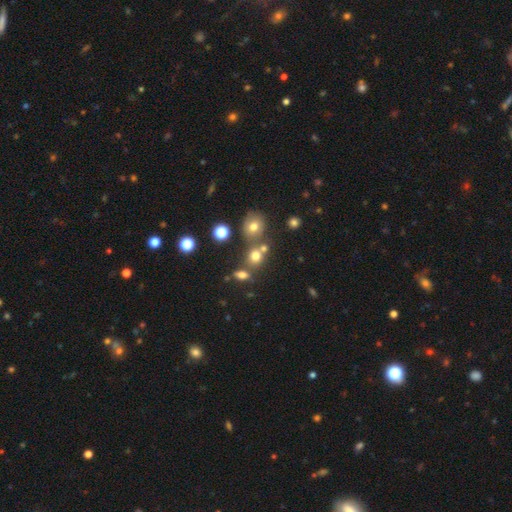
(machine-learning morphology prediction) Smooth or featured? Predicted: smooth (p=0.70). How rounded? Predicted: round (p=0.71). Merging? Predicted: none (p=0.56).